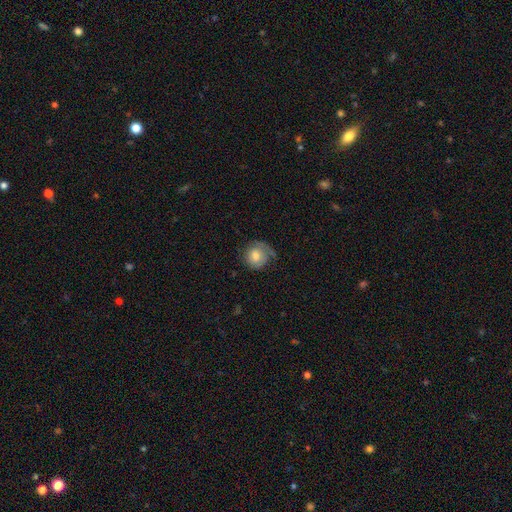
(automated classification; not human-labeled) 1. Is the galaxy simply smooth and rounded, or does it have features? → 66% smooth, 27% featured or disk, 8% star or artifact.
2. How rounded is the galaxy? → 87% round, 12% in between, 1% cigar-shaped.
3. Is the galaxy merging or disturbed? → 56% none, 27% minor disturbance, 15% major disturbance, 2% merger.